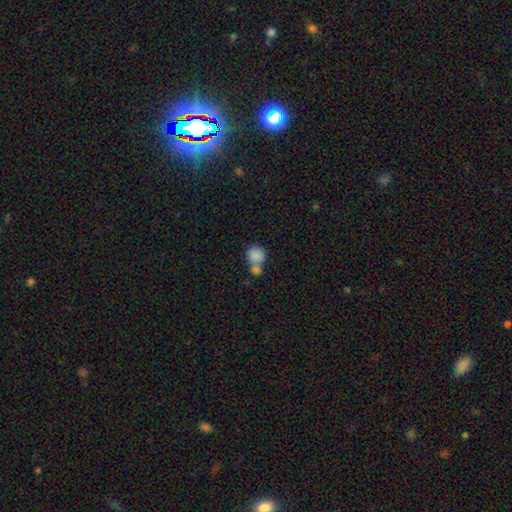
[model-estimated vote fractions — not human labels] Smooth or featured?
  - smooth: 84% *
  - featured or disk: 8%
  - star or artifact: 8%
How rounded?
  - round: 77% *
  - in between: 22%
  - cigar-shaped: 1%
Merging?
  - merger: 53% *
  - none: 33%
  - minor disturbance: 9%
  - major disturbance: 5%